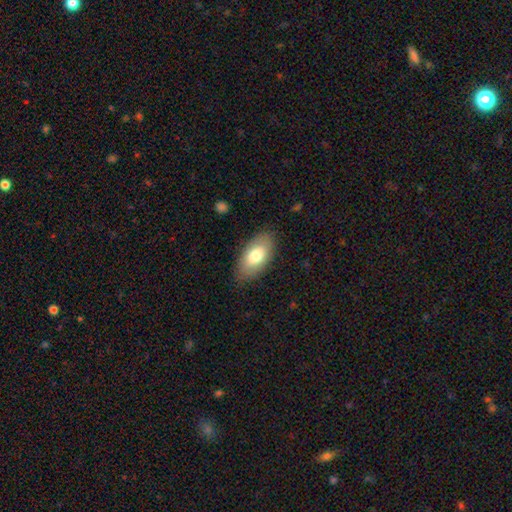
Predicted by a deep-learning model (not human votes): Overall: smooth (76%). How rounded: in between (93%). Merging: none (82%).